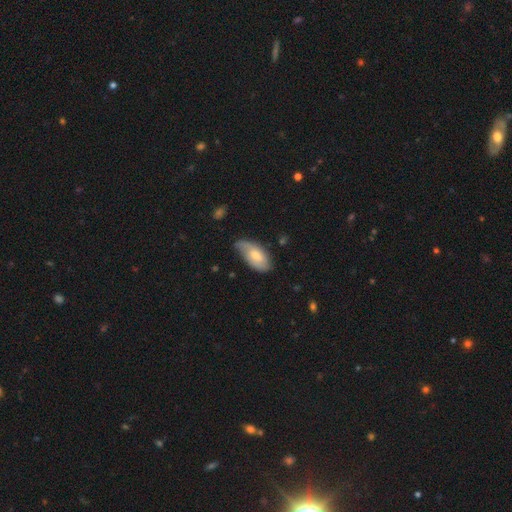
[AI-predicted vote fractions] Smooth or featured? Predicted: smooth (p=0.64). How rounded? Predicted: in between (p=0.92). Merging? Predicted: none (p=0.52).